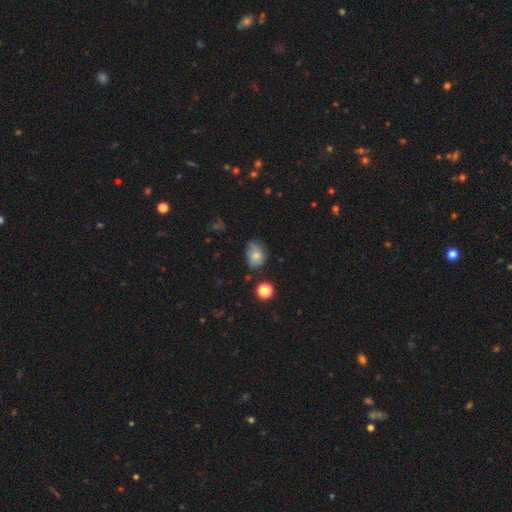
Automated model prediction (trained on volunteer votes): Smooth or featured? Predicted: smooth (p=0.73). How rounded? Predicted: in between (p=0.58). Merging? Predicted: none (p=0.45).